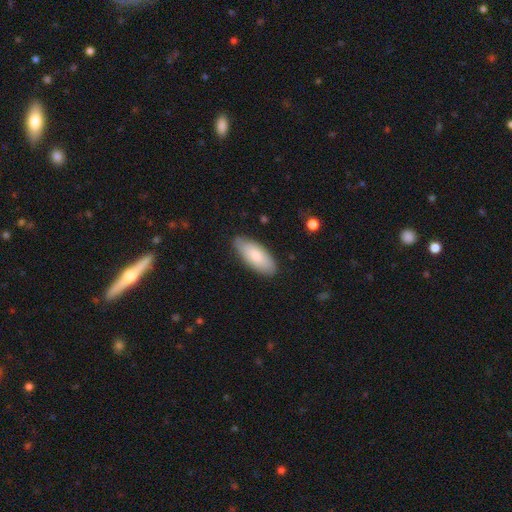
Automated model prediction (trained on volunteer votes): smooth-or-featured: smooth: 80% | featured or disk: 14% | star or artifact: 5%
  how-rounded: in between: 84% | cigar-shaped: 15% | round: 2%
  merging: none: 81% | minor disturbance: 15% | major disturbance: 3% | merger: 1%